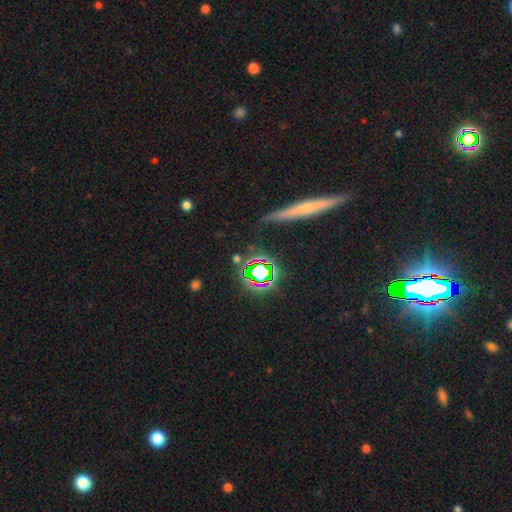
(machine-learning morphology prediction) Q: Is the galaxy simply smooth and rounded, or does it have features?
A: star or artifact — 38%.